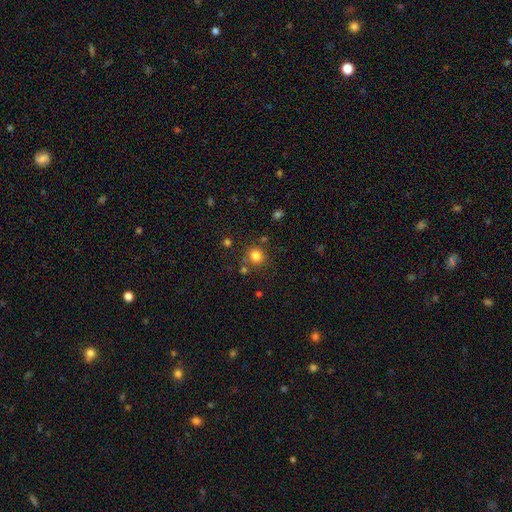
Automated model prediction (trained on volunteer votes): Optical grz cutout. It shows a smooth galaxy with no disk features (81%) that is round (89%). Merging: none (77%).